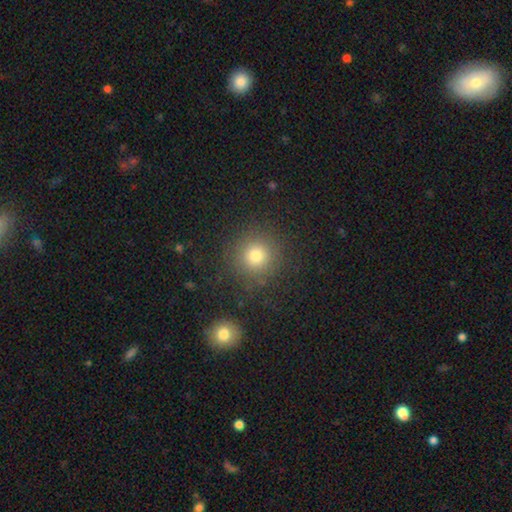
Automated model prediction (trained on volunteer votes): This is likely a smooth galaxy (78%). How rounded: clearly round (93%). Merging: clearly none (87%).